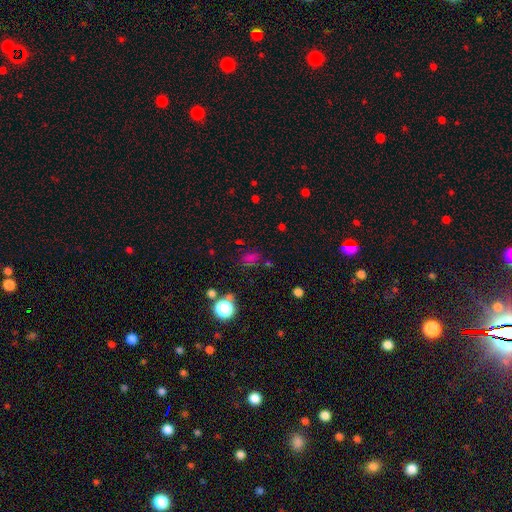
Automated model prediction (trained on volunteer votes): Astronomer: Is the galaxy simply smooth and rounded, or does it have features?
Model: smooth — 60%.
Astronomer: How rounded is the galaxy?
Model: in between — 60% (runner-up: round, 37%).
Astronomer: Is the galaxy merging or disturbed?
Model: none — 68%.